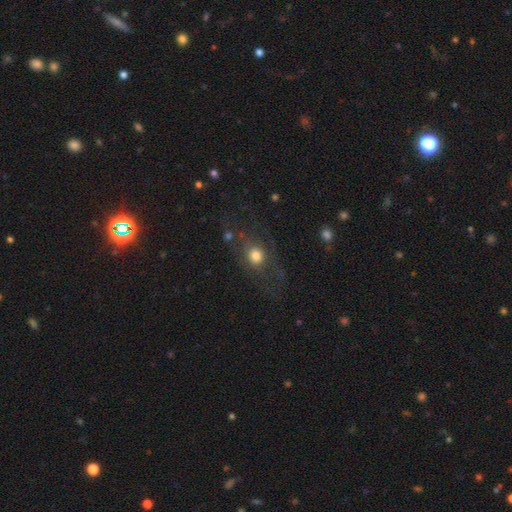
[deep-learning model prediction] The model was most divided on "how rounded": round: 55%, in between: 42%, cigar-shaped: 3%. More confident: merging — none (58%); smooth or featured — smooth (57%).